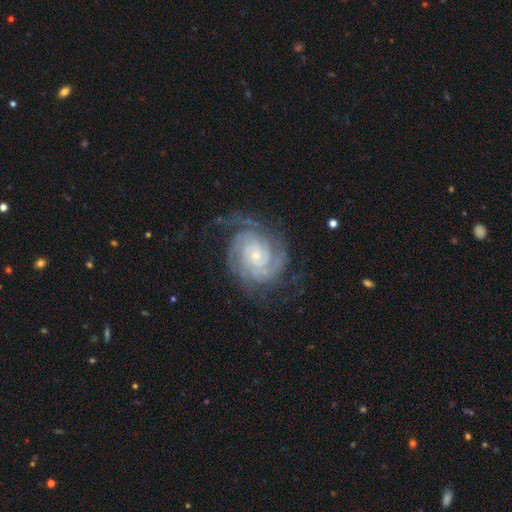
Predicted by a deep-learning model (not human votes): smooth-or-featured: featured or disk: 90% | star or artifact: 6% | smooth: 5%
  disk-edge-on: no: 98% | yes: 2%
    bar: no: 69% | weak: 24% | strong: 7%
    has-spiral-arms: yes: 98% | no: 2%
      spiral-winding: tight: 73% | medium: 23% | loose: 4%
      spiral-arm-count: 2: 25% | 3: 22% | can't tell: 19% | 4: 18% | more than 4: 8% | 1: 7%
    bulge-size: small: 71% | moderate: 23% | none: 3% | large: 2% | dominant: 1%
  merging: none: 73% | minor disturbance: 16% | major disturbance: 10% | merger: 1%